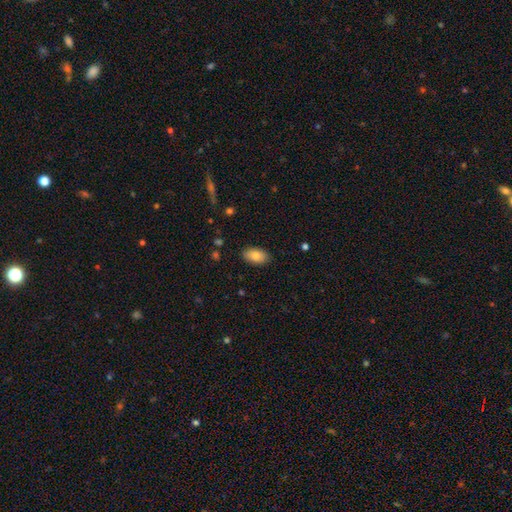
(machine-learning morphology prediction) Smooth or featured? smooth (82%)
How rounded? in between (93%)
Merging? none (87%)